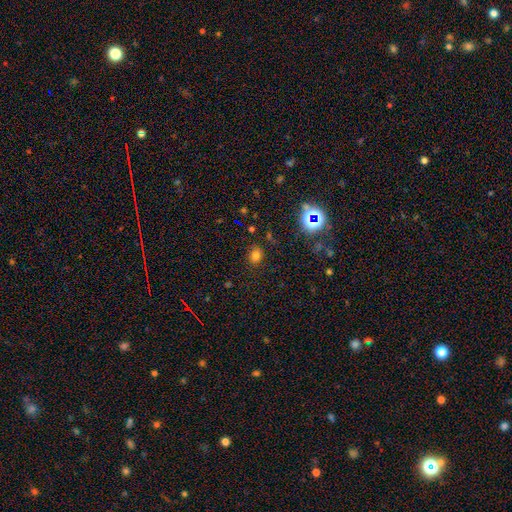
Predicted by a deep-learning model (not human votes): Smooth or featured? smooth (73%)
How rounded? round (53%)
Merging? none (84%)